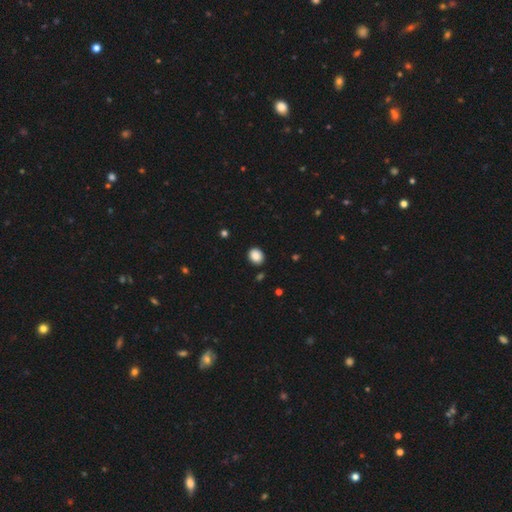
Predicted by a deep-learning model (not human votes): Smooth or featured? smooth (88%)
How rounded? round (56%)
Merging? none (89%)